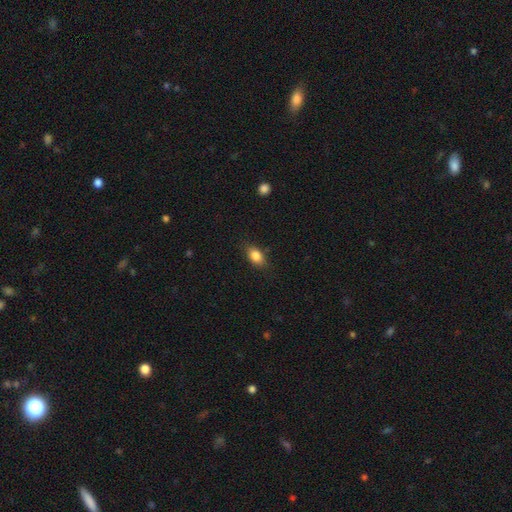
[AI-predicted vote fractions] The model was most divided on "how rounded": in between: 81%, round: 14%, cigar-shaped: 4%. More confident: smooth or featured — smooth (83%); merging — none (82%).